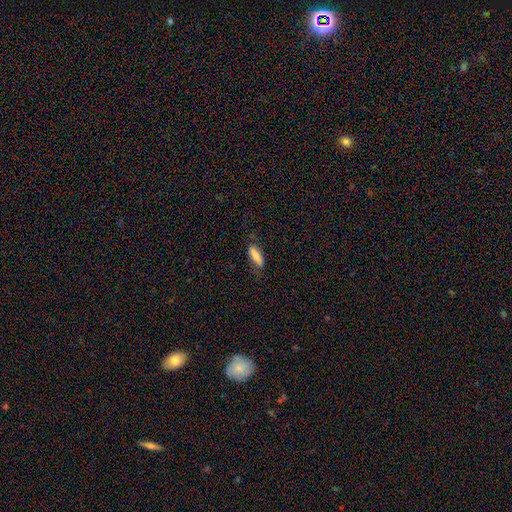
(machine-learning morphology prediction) smooth_or_featured: smooth (p=0.77) [alt: featured or disk p=0.16]
how_rounded: in between (p=0.62) [alt: cigar-shaped p=0.36]
merging: none (p=0.66) [alt: minor disturbance p=0.24]